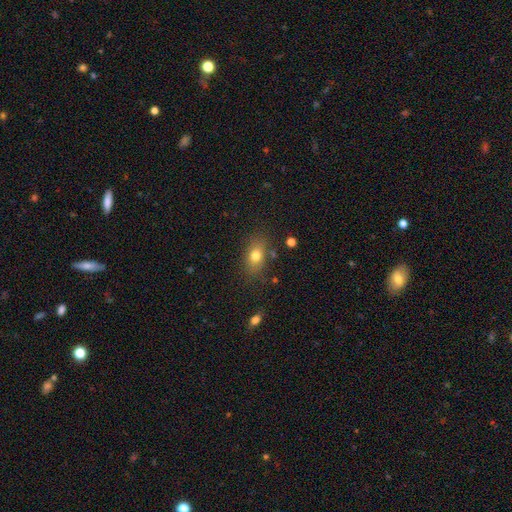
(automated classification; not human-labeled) Overall: smooth (76%). How rounded: in between (77%). Merging: none (79%).